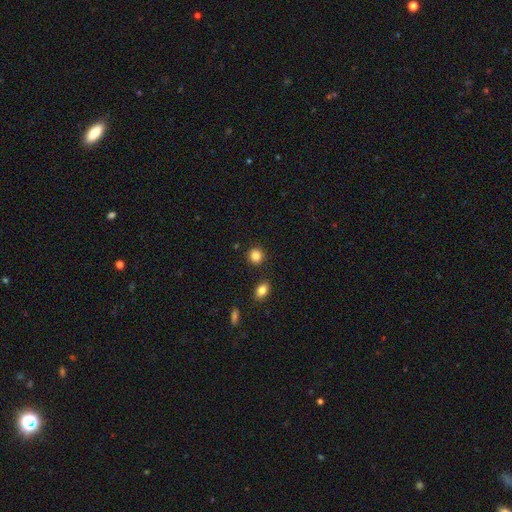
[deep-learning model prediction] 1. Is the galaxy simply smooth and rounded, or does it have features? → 86% smooth, 10% star or artifact, 4% featured or disk.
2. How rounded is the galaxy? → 87% round, 12% in between, 1% cigar-shaped.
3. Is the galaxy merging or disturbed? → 88% none, 7% minor disturbance, 3% merger, 2% major disturbance.